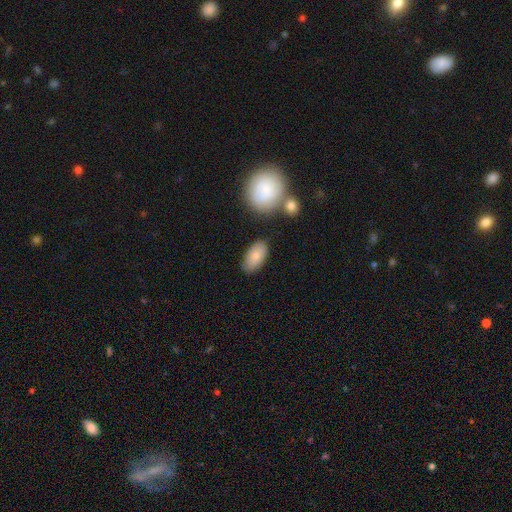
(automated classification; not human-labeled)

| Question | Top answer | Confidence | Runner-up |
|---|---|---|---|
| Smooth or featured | smooth | 83% | featured or disk (11%) |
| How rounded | in between | 94% | round (3%) |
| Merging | none | 79% | minor disturbance (13%) |